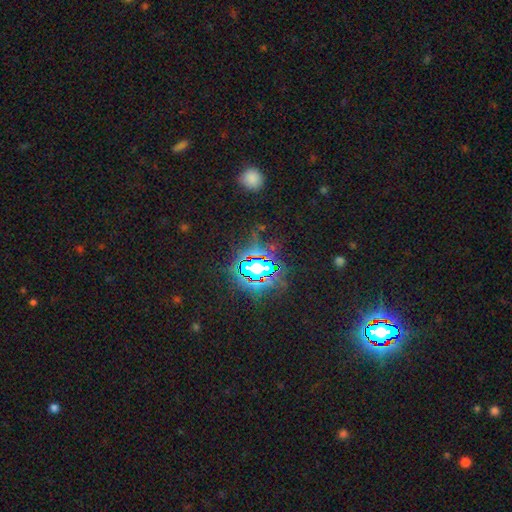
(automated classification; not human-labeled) Smooth or featured: star or artifact — 79% (smooth — 12%)